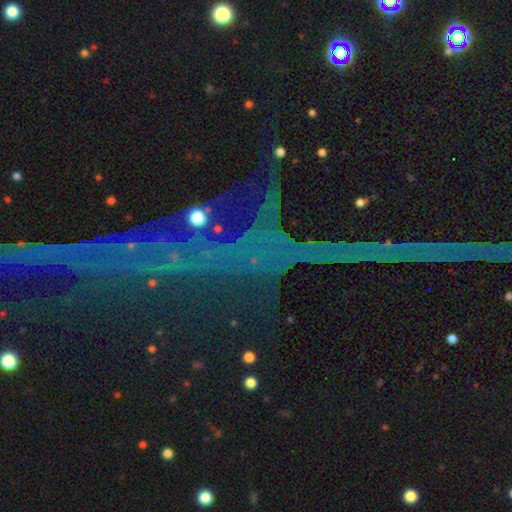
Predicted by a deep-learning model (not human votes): A star or artifact, not a galaxy (82%).

Vote fractions:
- Smooth or featured? star or artifact: 82% / featured or disk: 10% / smooth: 8%